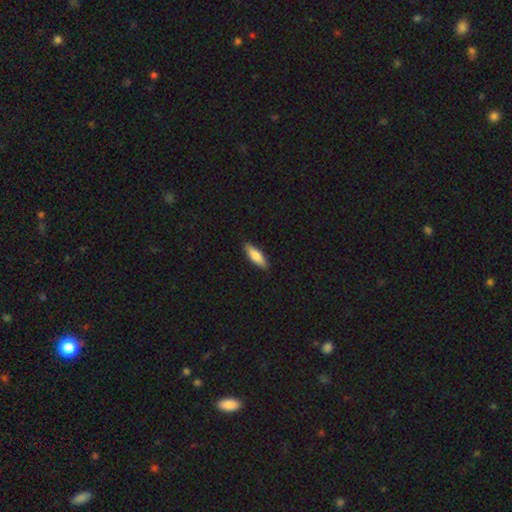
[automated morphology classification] type=smooth (77%); roundness=cigar-shaped (50%); merging=none (89%).